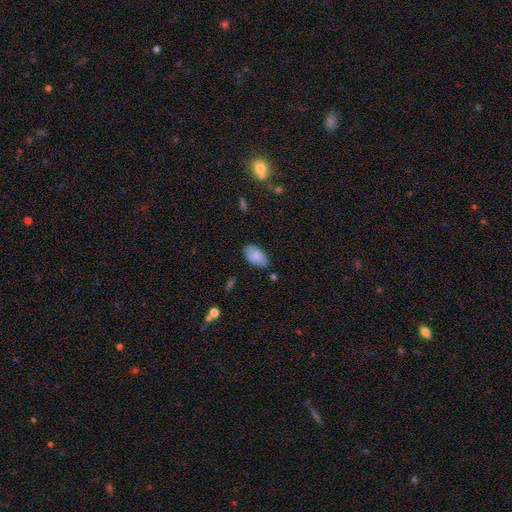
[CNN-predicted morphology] This appears to be a smooth galaxy with no disk features (77%) that is in between round and cigar-shaped (94%). Merging: none (75%).